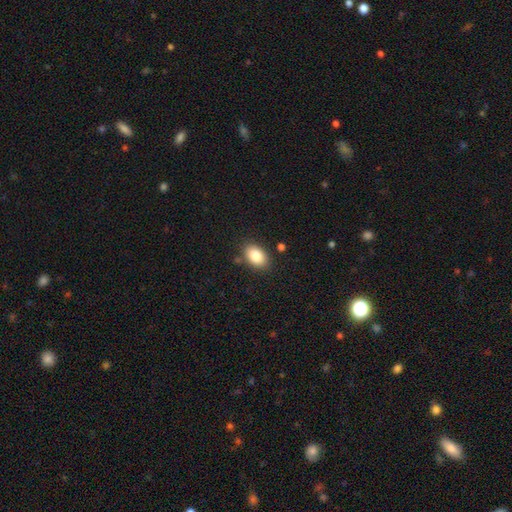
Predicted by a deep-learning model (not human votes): This is clearly a smooth galaxy (85%). How rounded: clearly in between (88%). Merging: clearly none (83%).